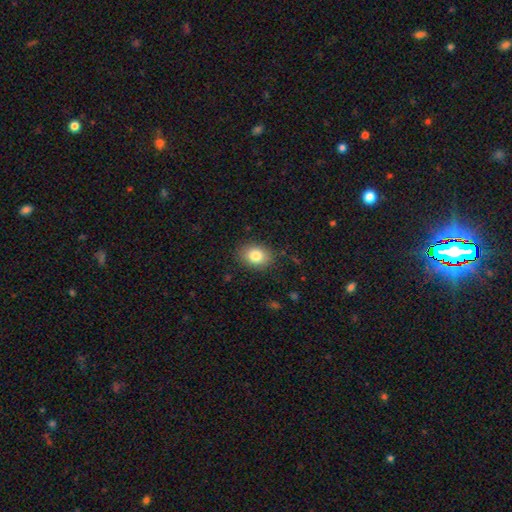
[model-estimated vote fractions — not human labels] Smooth or featured? Predicted: smooth (p=0.83). How rounded? Predicted: in between (p=0.63). Merging? Predicted: none (p=0.86).